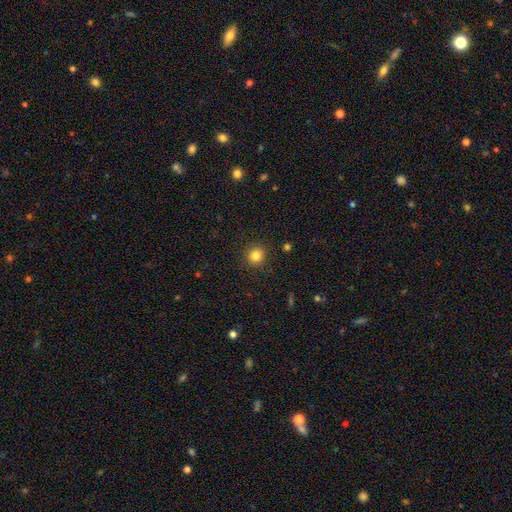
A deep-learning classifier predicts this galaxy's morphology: A smooth galaxy with no disk features (83%) that is round (92%).

Vote fractions:
- Smooth or featured? smooth: 83% / star or artifact: 12% / featured or disk: 5%
- How rounded? round: 92% / in between: 7% / cigar-shaped: 1%
- Merging? none: 90% / minor disturbance: 7% / major disturbance: 2% / merger: 1%